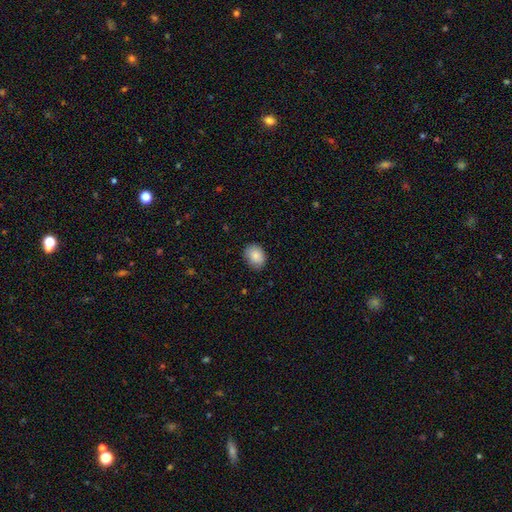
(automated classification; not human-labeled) Smooth or featured? smooth (86%)
How rounded? in between (58%)
Merging? none (81%)